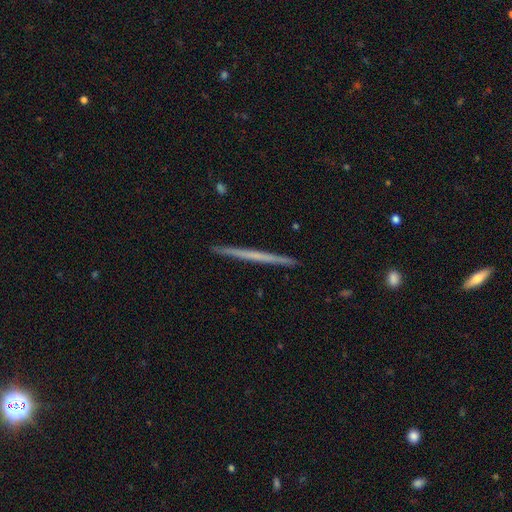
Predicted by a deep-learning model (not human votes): A featured or disk galaxy (53%) viewed edge-on (98%) with no central bulge (90%).

Vote fractions:
- Smooth or featured? featured or disk: 53% / smooth: 41% / star or artifact: 6%
- Edge-on disk? yes: 98% / no: 2%
- Edge-on bulge? none: 90% / rounded: 7% / boxy: 3%
- Merging? none: 93% / minor disturbance: 5% / major disturbance: 1% / merger: 1%